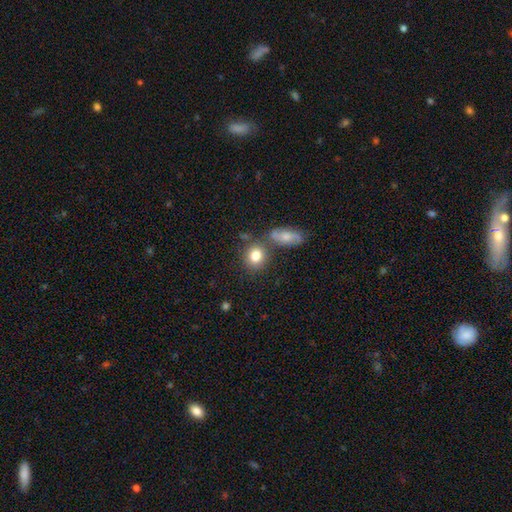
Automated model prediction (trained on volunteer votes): Q: Smooth or featured?
A: smooth (81%); runner-up: featured or disk (10%)
Q: How rounded?
A: round (76%); runner-up: in between (23%)
Q: Merging?
A: none (69%); runner-up: merger (16%)